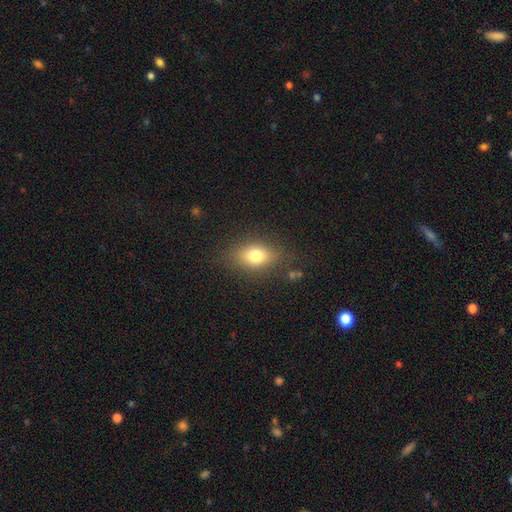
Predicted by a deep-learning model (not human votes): The model was most divided on "how rounded": in between: 75%, round: 22%, cigar-shaped: 4%. More confident: merging — none (80%); smooth or featured — smooth (76%).